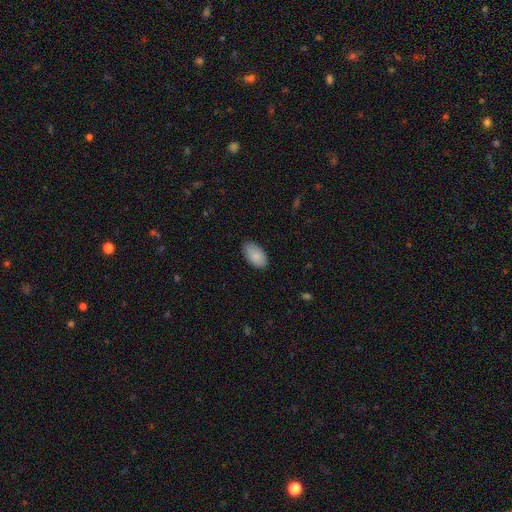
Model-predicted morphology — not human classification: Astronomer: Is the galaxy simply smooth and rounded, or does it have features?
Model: smooth — 88%.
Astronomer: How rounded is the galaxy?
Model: in between — 95%.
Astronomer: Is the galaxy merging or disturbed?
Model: none — 80%.